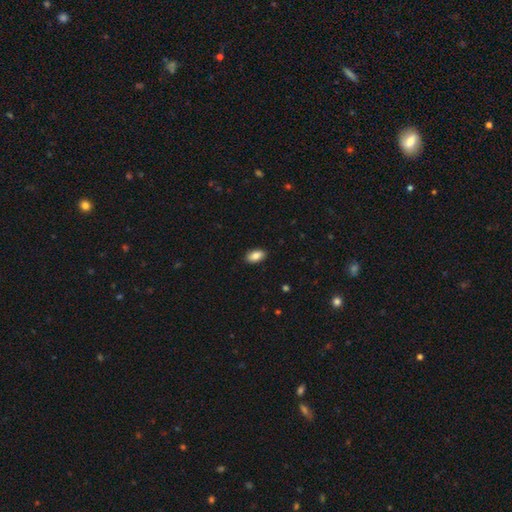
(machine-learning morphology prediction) This is clearly a smooth galaxy (87%). How rounded: clearly in between (93%). Merging: clearly none (90%).